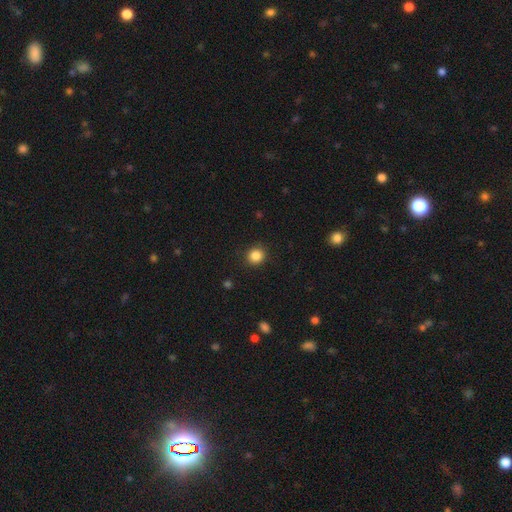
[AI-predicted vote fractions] Q: Smooth or featured?
A: smooth (86%); runner-up: star or artifact (11%)
Q: How rounded?
A: round (91%); runner-up: in between (8%)
Q: Merging?
A: none (91%); runner-up: minor disturbance (6%)